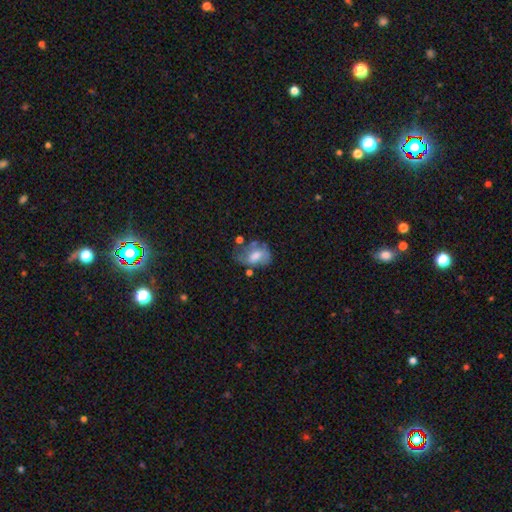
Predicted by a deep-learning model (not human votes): The model was most divided on "merging": none: 34%, minor disturbance: 29%, major disturbance: 24%, merger: 13%. More confident: how rounded — in between (78%); smooth or featured — smooth (56%).